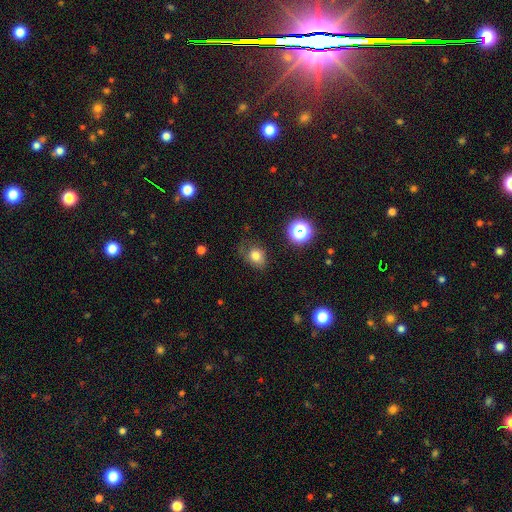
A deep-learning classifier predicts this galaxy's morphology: Smooth or featured?
  - smooth: 74% *
  - star or artifact: 14%
  - featured or disk: 12%
How rounded?
  - round: 51% *
  - in between: 48%
  - cigar-shaped: 1%
Merging?
  - none: 57% *
  - minor disturbance: 26%
  - major disturbance: 15%
  - merger: 2%